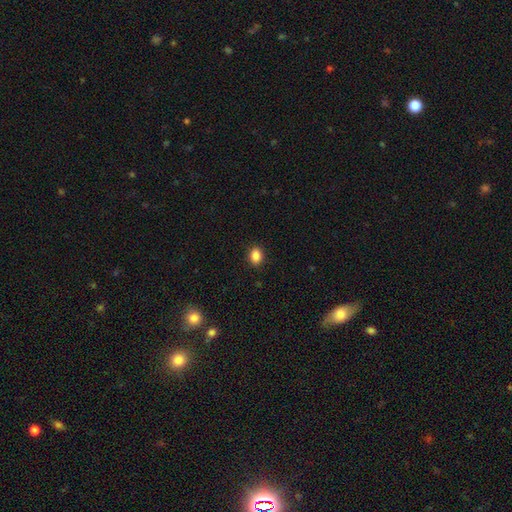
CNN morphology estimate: A smooth galaxy with no disk features (88%) that is in between round and cigar-shaped (64%). Merging: none (89%).